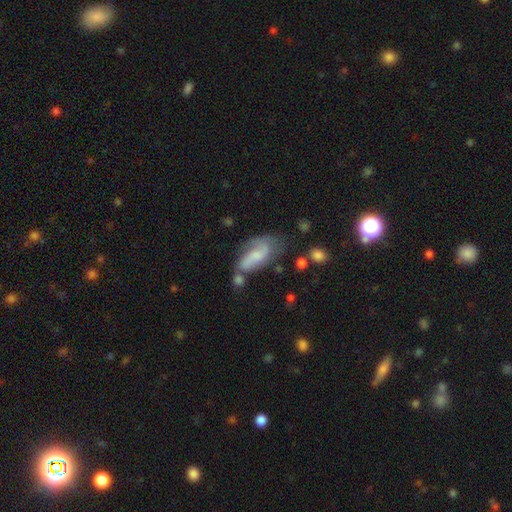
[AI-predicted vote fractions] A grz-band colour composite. It shows a featured or disk galaxy (50%). Merging: none (39%).